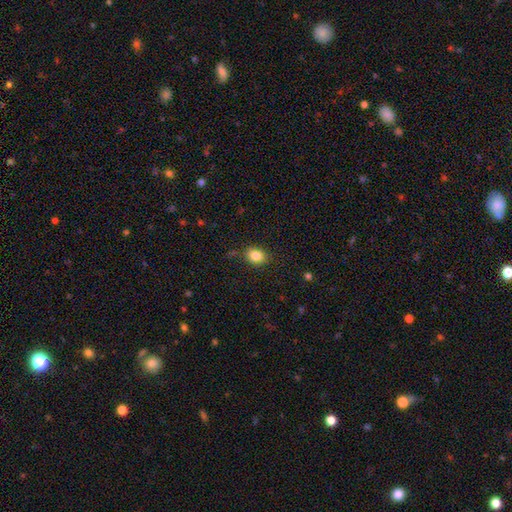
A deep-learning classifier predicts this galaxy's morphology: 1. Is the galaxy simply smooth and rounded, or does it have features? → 84% smooth, 10% star or artifact, 6% featured or disk.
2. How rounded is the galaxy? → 51% round, 48% in between, 1% cigar-shaped.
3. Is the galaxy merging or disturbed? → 84% none, 12% minor disturbance, 3% major disturbance, 2% merger.